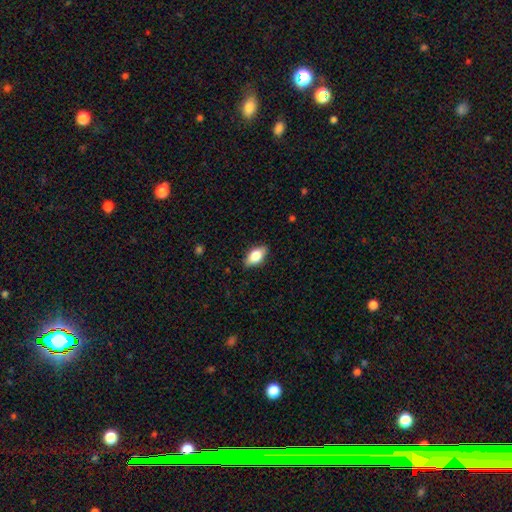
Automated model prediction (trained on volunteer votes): smooth 76%, featured or disk 17%, star or artifact 7%. Down the decision tree: how rounded — in between (87%); merging — none (84%).